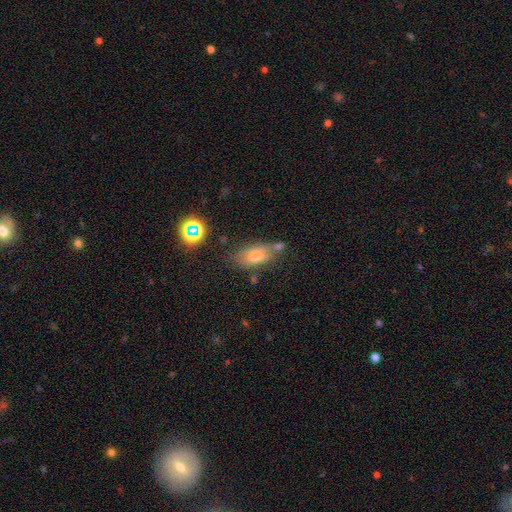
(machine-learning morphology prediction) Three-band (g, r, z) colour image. It shows a smooth galaxy with no disk features (55%) that is in between round and cigar-shaped (79%). Merging: none (61%).